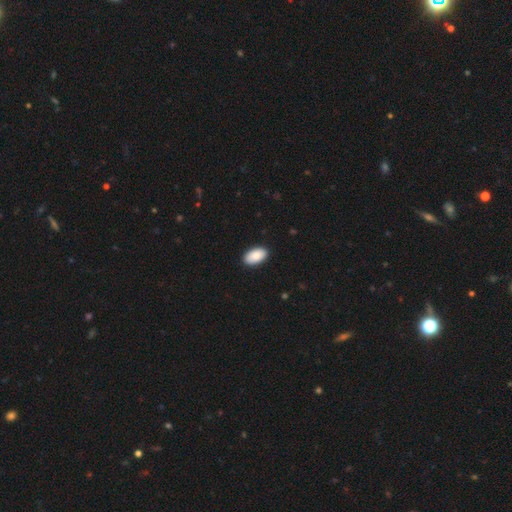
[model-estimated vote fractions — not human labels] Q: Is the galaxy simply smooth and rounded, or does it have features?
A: smooth — 89%.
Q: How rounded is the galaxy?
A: in between — 95%.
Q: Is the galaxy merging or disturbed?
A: none — 90%.